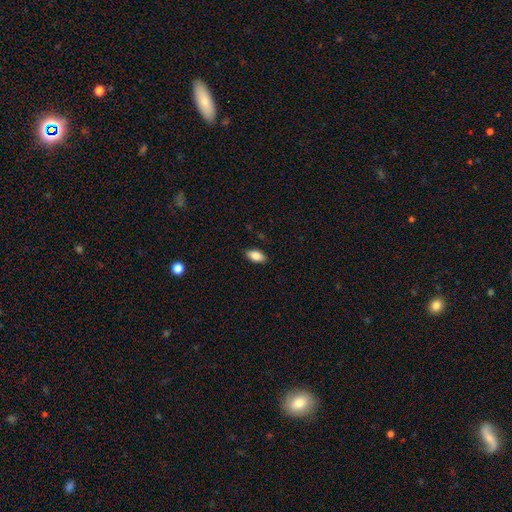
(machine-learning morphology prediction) Smooth or featured: smooth — 83% (featured or disk — 9%)
How rounded: in between — 91% (cigar-shaped — 5%)
Merging: none — 87% (minor disturbance — 10%)